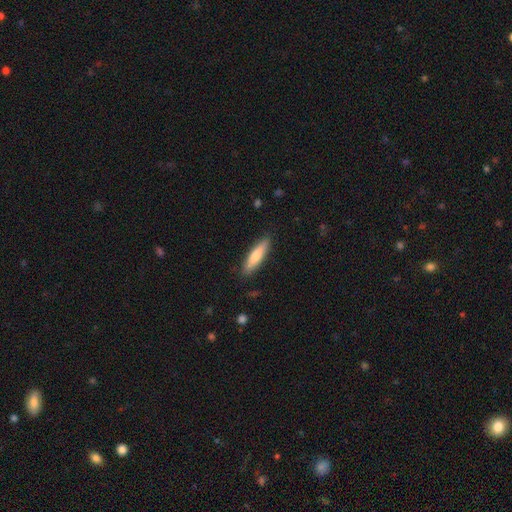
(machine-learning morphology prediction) smooth_or_featured: smooth (p=0.71) [alt: featured or disk p=0.23]
how_rounded: cigar-shaped (p=0.78) [alt: in between p=0.21]
merging: none (p=0.88) [alt: minor disturbance p=0.09]